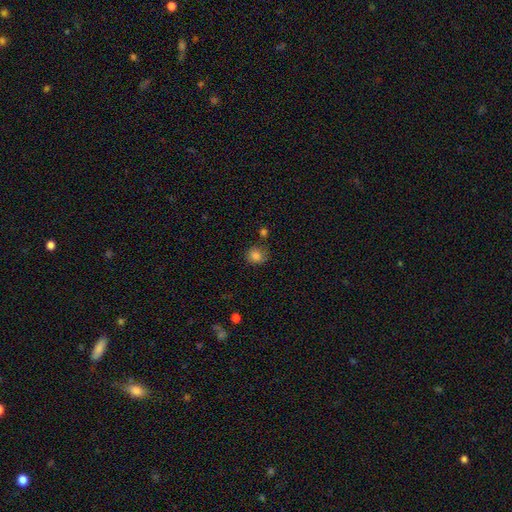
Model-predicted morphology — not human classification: type=smooth (84%); roundness=round (81%); merging=none (75%).